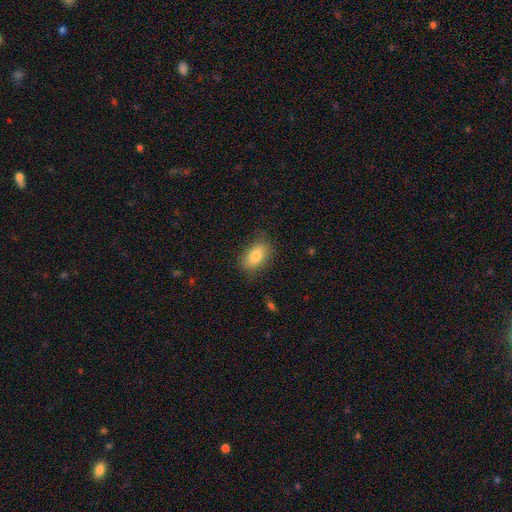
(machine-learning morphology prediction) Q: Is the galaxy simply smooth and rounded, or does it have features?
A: smooth — 79%.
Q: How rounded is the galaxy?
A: in between — 88%.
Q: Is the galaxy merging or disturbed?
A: none — 80%.